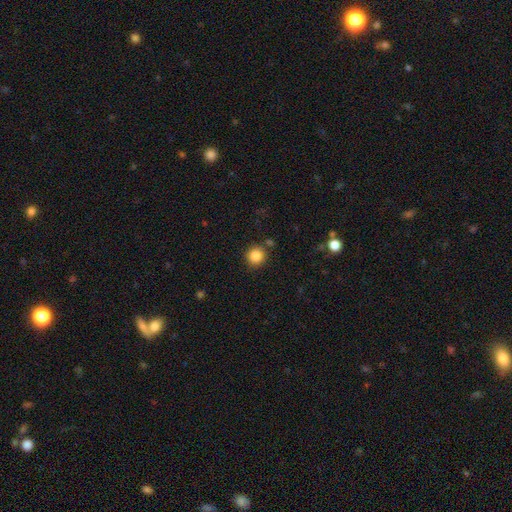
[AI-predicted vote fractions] Smooth or featured: smooth — 86% (star or artifact — 10%)
How rounded: round — 92% (in between — 7%)
Merging: none — 85% (minor disturbance — 8%)